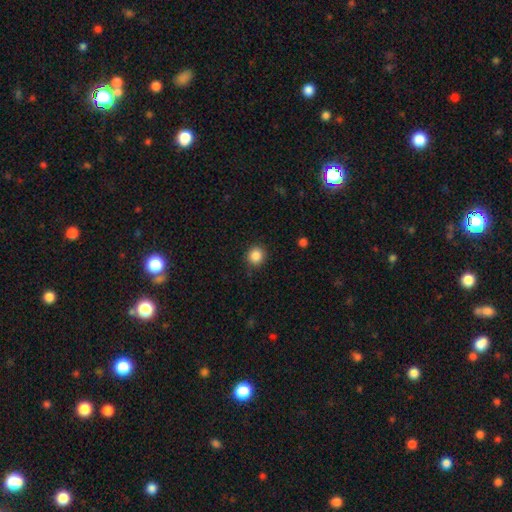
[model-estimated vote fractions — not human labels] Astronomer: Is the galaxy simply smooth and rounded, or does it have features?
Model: smooth — 87%.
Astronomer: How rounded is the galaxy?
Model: round — 90%.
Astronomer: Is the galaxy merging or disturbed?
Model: none — 89%.